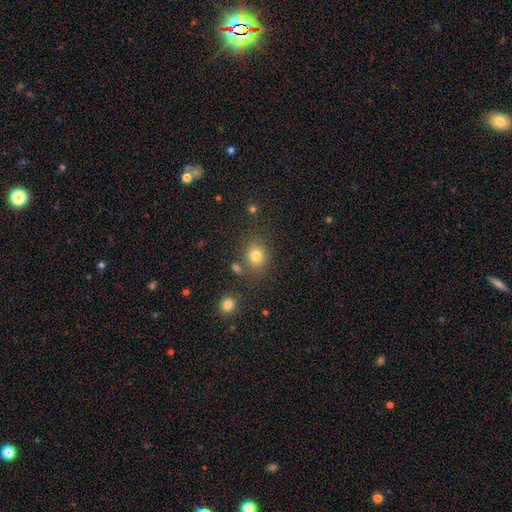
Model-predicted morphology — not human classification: A smooth galaxy with no disk features (79%) that is round (70%).

Vote fractions:
- Smooth or featured? smooth: 79% / star or artifact: 14% / featured or disk: 7%
- How rounded? round: 70% / in between: 29% / cigar-shaped: 1%
- Merging? none: 74% / minor disturbance: 12% / merger: 9% / major disturbance: 5%